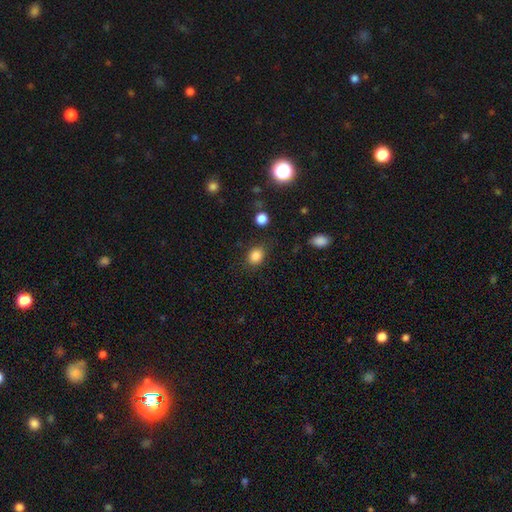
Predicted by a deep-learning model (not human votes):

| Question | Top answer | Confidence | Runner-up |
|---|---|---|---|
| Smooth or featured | smooth | 85% | star or artifact (11%) |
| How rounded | in between | 50% | round (49%) |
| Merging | none | 78% | minor disturbance (14%) |